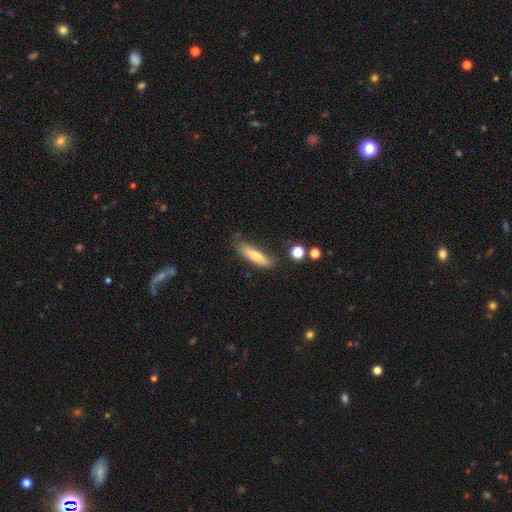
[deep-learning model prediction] Smooth or featured? smooth (74%)
How rounded? cigar-shaped (68%)
Merging? none (72%)